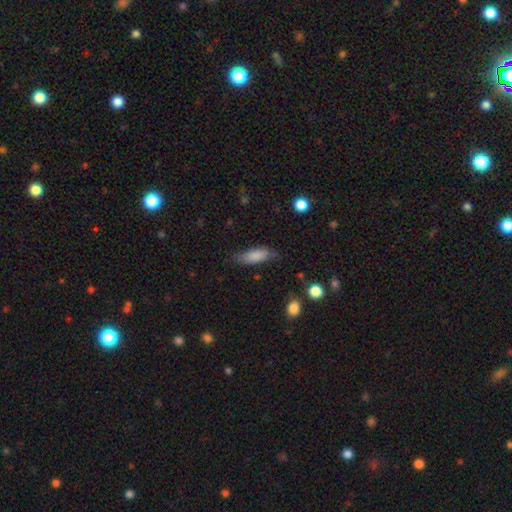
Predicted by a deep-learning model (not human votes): Smooth or featured? Predicted: smooth (p=0.82). How rounded? Predicted: in between (p=0.67). Merging? Predicted: none (p=0.69).